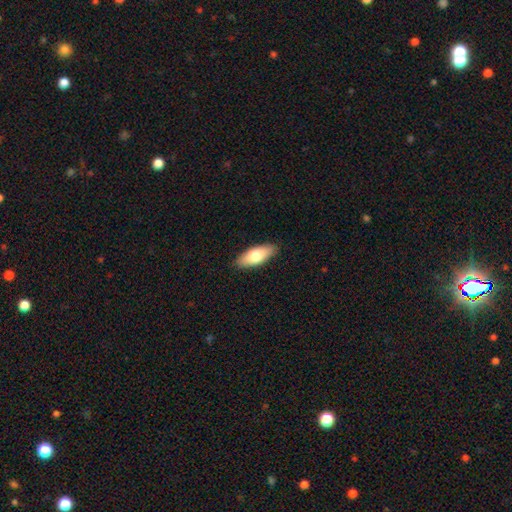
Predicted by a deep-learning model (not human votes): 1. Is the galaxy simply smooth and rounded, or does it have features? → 74% smooth, 20% featured or disk, 6% star or artifact.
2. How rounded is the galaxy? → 78% in between, 20% cigar-shaped, 2% round.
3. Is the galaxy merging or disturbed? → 88% none, 9% minor disturbance, 2% major disturbance, 1% merger.